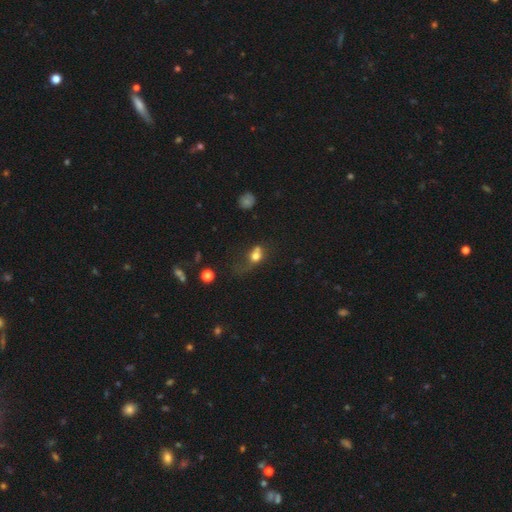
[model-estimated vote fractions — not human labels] smooth-or-featured: smooth: 69% | featured or disk: 17% | star or artifact: 14%
  how-rounded: round: 55% | in between: 41% | cigar-shaped: 3%
  merging: merger: 32% | major disturbance: 27% | none: 24% | minor disturbance: 17%